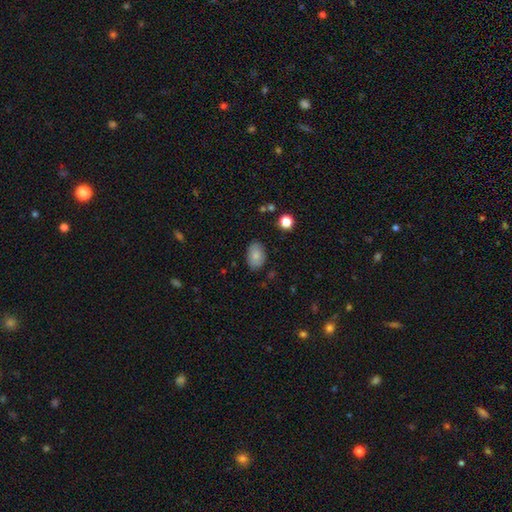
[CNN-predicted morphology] A smooth galaxy with no disk features (82%) that is in between round and cigar-shaped (86%). Merging: none (83%).